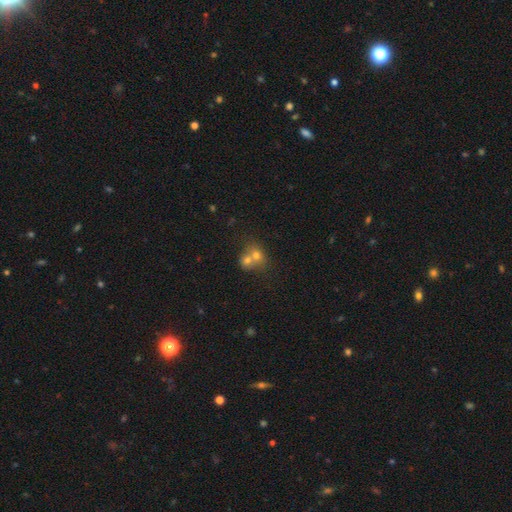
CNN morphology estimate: This is likely a smooth galaxy (66%). How rounded: likely round (70%). Merging: likely merger (65%).